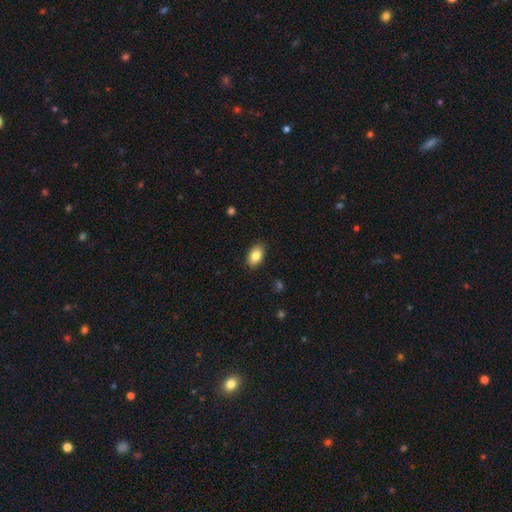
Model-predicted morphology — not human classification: The model was most divided on "smooth or featured": smooth: 83%, featured or disk: 9%, star or artifact: 8%. More confident: how rounded — in between (89%); merging — none (89%).